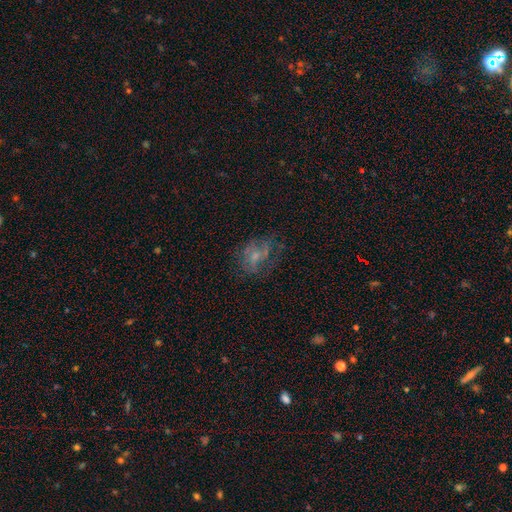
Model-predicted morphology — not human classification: Smooth or featured: featured or disk — 52% (smooth — 33%)
Edge-on disk: no — 97% (yes — 3%)
Bar: no — 70% (weak — 25%)
Spiral arms: no — 51% (yes — 49%)
Bulge size: small — 52% (moderate — 25%)
Merging: none — 51% (major disturbance — 25%)